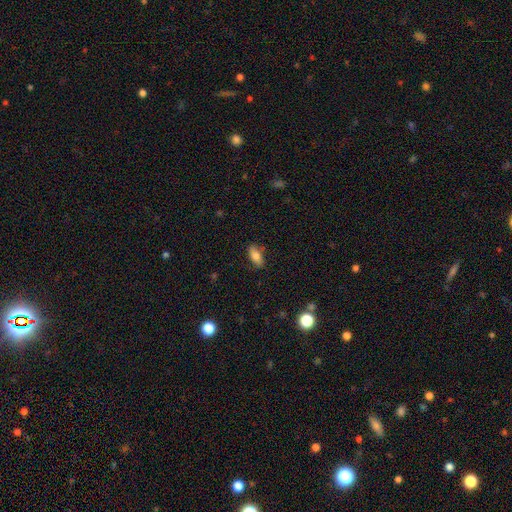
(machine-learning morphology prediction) This is likely a smooth galaxy (75%). How rounded: clearly in between (84%). Merging: clearly none (81%).